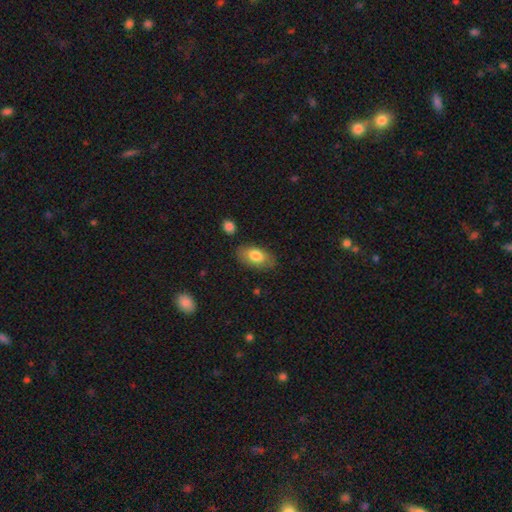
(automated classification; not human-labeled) Q: Smooth or featured?
A: smooth (78%); runner-up: featured or disk (15%)
Q: How rounded?
A: in between (92%); runner-up: round (5%)
Q: Merging?
A: none (80%); runner-up: minor disturbance (14%)